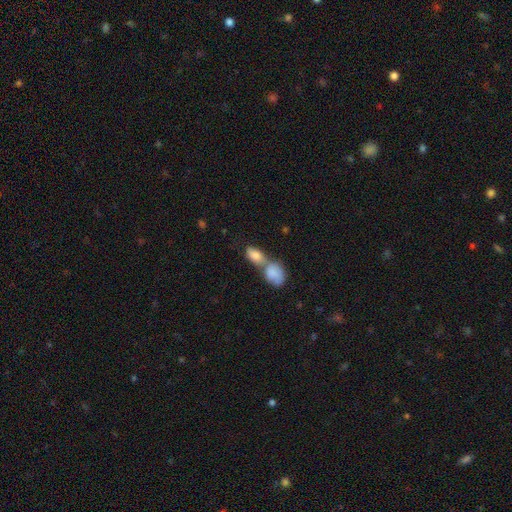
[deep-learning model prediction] This is likely a smooth galaxy (79%). How rounded: clearly in between (82%). Merging: likely merger (71%).